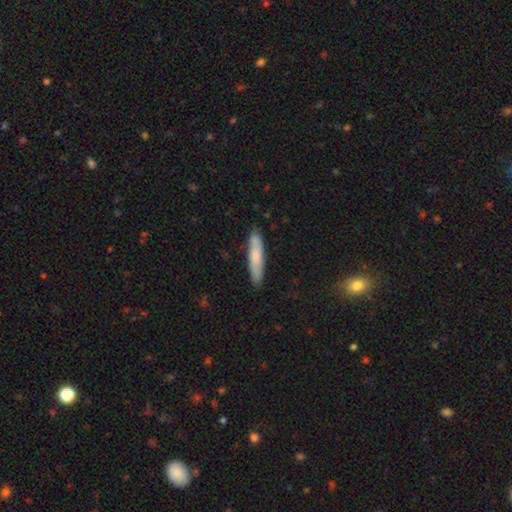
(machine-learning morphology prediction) A smooth galaxy with no disk features (71%) that is cigar-shaped (86%).

Vote fractions:
- Smooth or featured? smooth: 71% / featured or disk: 23% / star or artifact: 6%
- How rounded? cigar-shaped: 86% / in between: 12% / round: 1%
- Merging? none: 82% / minor disturbance: 13% / major disturbance: 2% / merger: 2%